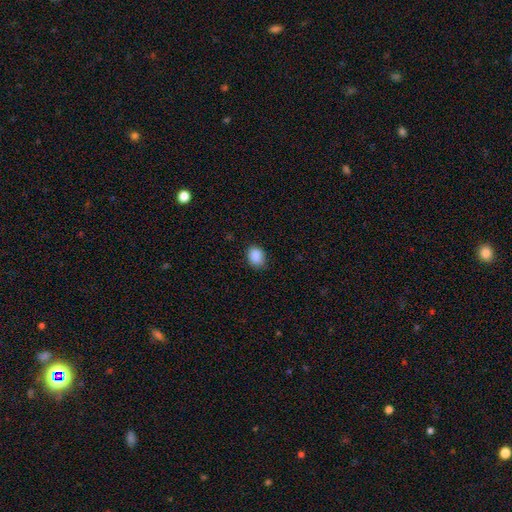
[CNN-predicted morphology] Q: Smooth or featured?
A: smooth (88%); runner-up: star or artifact (8%)
Q: How rounded?
A: in between (56%); runner-up: round (43%)
Q: Merging?
A: none (80%); runner-up: minor disturbance (16%)